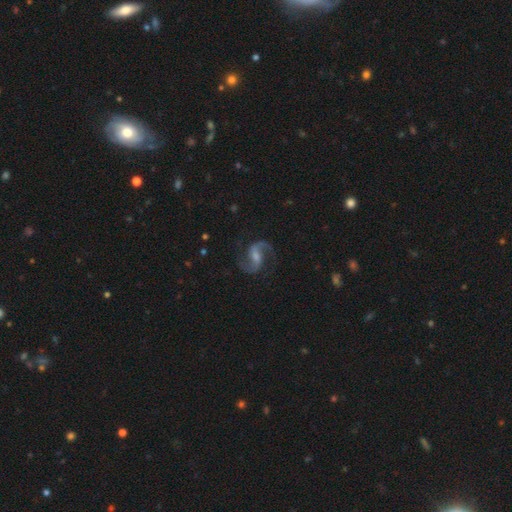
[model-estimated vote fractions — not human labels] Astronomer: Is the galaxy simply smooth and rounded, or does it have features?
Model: featured or disk — 91%.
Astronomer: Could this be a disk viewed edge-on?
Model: no — 98%.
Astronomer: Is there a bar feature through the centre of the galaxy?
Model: weak — 51%.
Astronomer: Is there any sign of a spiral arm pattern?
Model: yes — 98%.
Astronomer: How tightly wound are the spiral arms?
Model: medium — 49% (runner-up: loose, 44%).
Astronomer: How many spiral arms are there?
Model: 2 — 94%.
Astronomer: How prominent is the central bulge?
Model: moderate — 40% (runner-up: small, 36%).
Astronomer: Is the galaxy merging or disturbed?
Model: none — 80%.